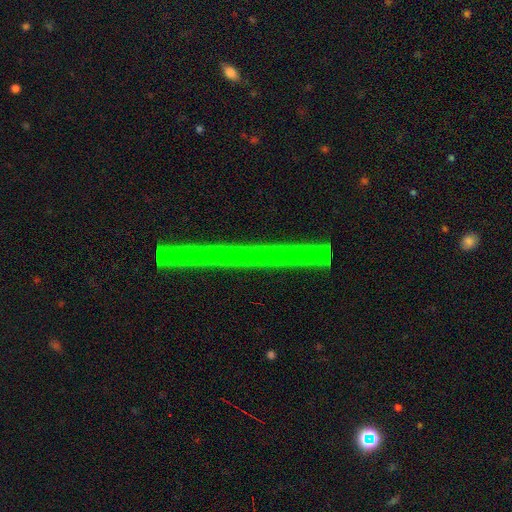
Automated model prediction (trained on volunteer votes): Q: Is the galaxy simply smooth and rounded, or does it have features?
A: featured or disk — 59%.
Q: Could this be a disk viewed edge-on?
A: yes — 97%.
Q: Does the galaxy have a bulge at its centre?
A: none — 93%.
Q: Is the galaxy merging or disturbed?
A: none — 89%.